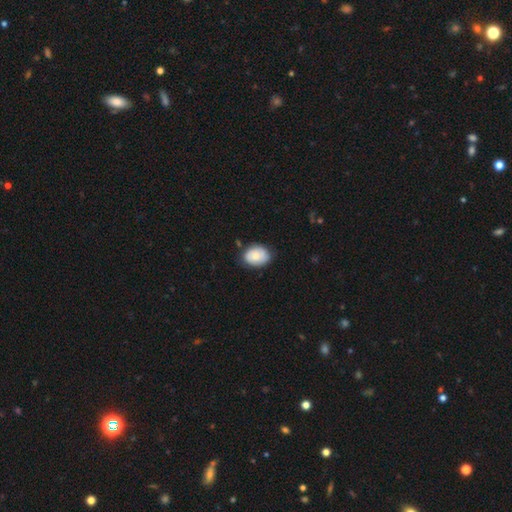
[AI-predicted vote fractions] Smooth or featured? Predicted: smooth (p=0.72). How rounded? Predicted: in between (p=0.71). Merging? Predicted: none (p=0.74).